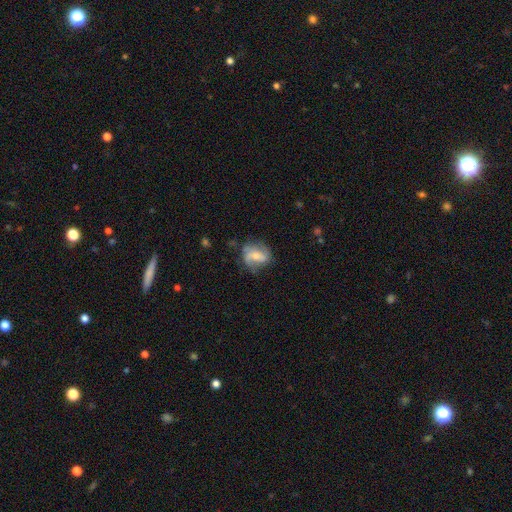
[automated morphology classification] Smooth or featured?
  - featured or disk: 57% *
  - smooth: 35%
  - star or artifact: 8%
Edge-on disk?
  - no: 95% *
  - yes: 5%
Bar?
  - weak: 37% * (tied)
  - no: 37% * (tied)
  - strong: 27%
Spiral arms?
  - yes: 75% *
  - no: 25%
Bulge size?
  - moderate: 51% *
  - small: 42%
  - large: 3%
  - none: 2%
  - dominant: 1%
Merging?
  - none: 61% *
  - minor disturbance: 25%
  - major disturbance: 12%
  - merger: 2%